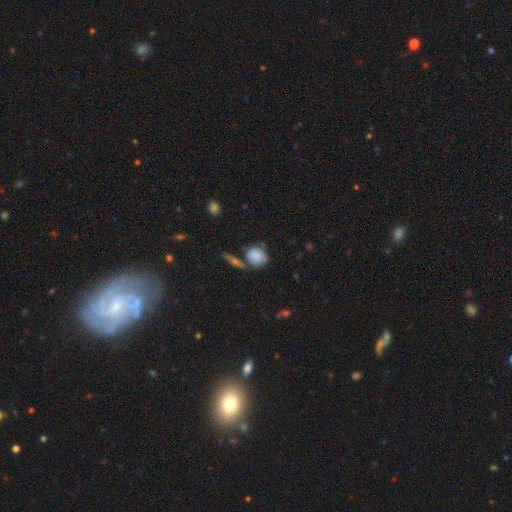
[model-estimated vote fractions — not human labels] A smooth galaxy with no disk features (80%) that is round (65%).

Vote fractions:
- Smooth or featured? smooth: 80% / featured or disk: 12% / star or artifact: 8%
- How rounded? round: 65% / in between: 33% / cigar-shaped: 2%
- Merging? none: 53% / minor disturbance: 22% / merger: 18% / major disturbance: 8%